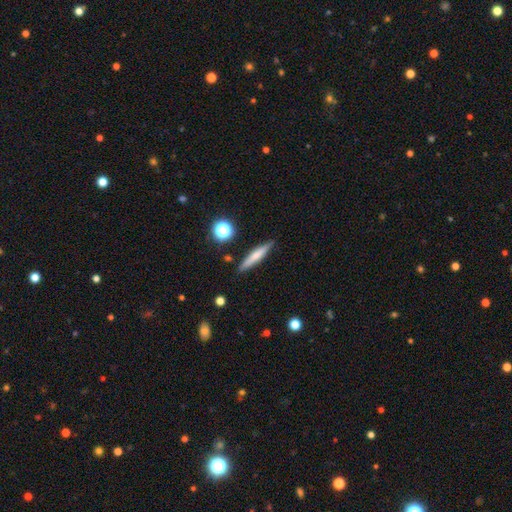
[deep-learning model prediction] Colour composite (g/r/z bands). It shows a smooth galaxy with no disk features (60%) that is cigar-shaped (89%). Merging: none (87%).